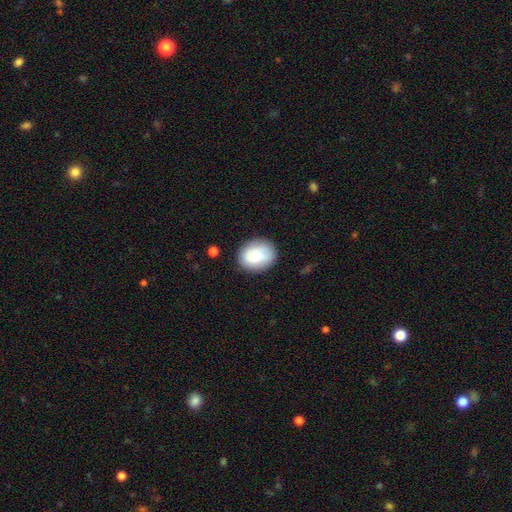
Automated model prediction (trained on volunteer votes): Morphology: type=smooth (84%); roundness=round (50%); merging=none (81%).